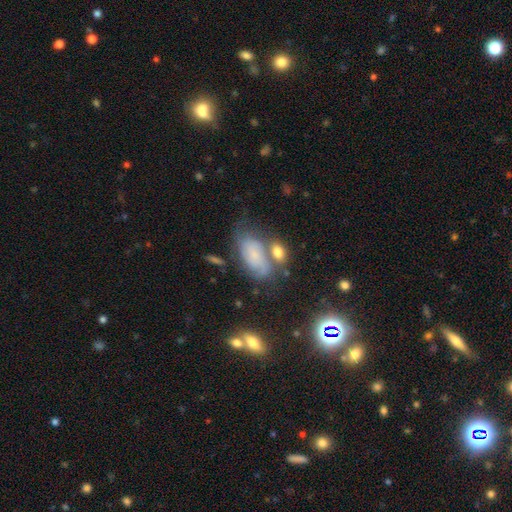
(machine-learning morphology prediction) smooth_or_featured: featured or disk (p=0.45) [alt: smooth p=0.39]
merging: none (p=0.47) [alt: minor disturbance p=0.23]